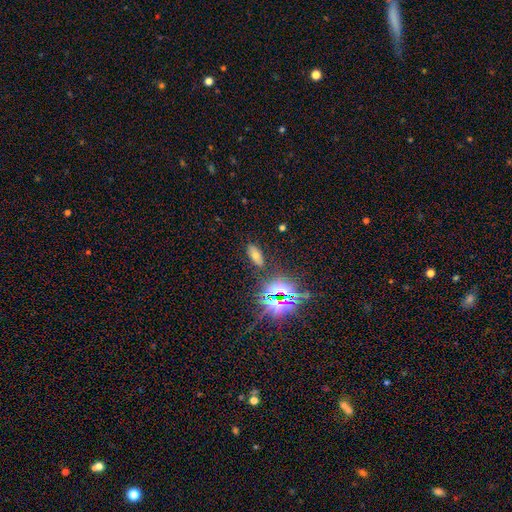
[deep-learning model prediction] This appears to be a smooth galaxy with no disk features (51%) that is in between round and cigar-shaped (84%). Merging: none (83%).